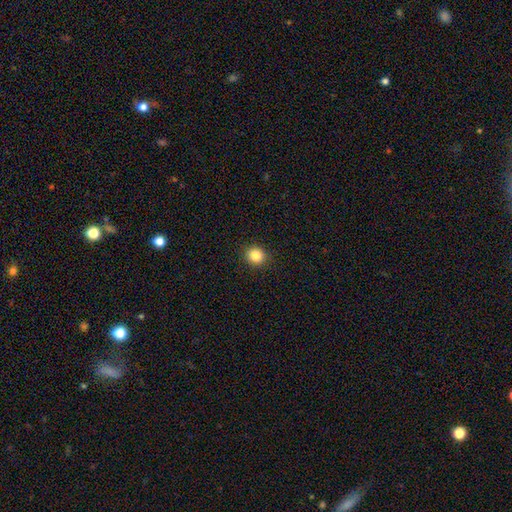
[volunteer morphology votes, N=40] Smooth or featured? smooth (82%)
How rounded? round (79%)
Merging? none (94%)